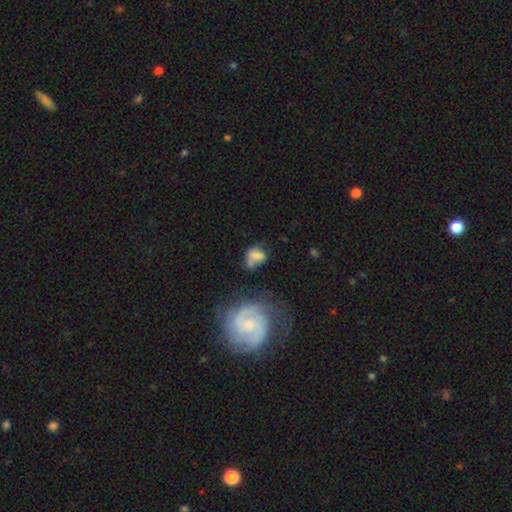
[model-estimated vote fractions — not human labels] Q: Smooth or featured?
A: smooth (65%); runner-up: featured or disk (25%)
Q: How rounded?
A: in between (65%); runner-up: round (33%)
Q: Merging?
A: none (35%); runner-up: minor disturbance (27%)